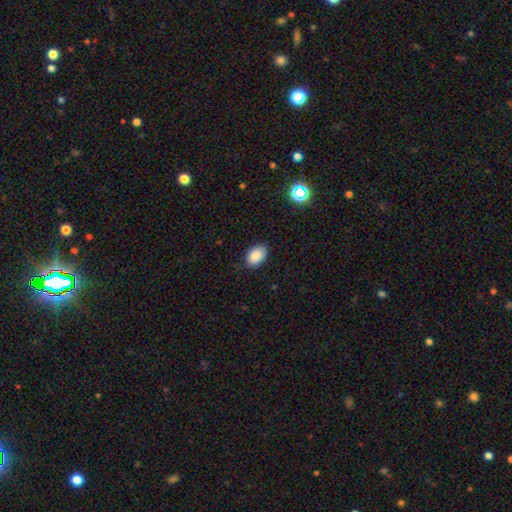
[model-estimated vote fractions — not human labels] A smooth galaxy with no disk features (87%) that is in between round and cigar-shaped (86%). Merging: none (80%).